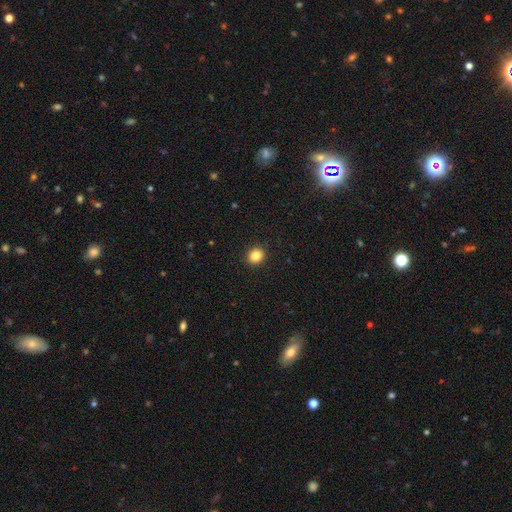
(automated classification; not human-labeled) Overall: smooth (85%). How rounded: round (85%). Merging: none (92%).